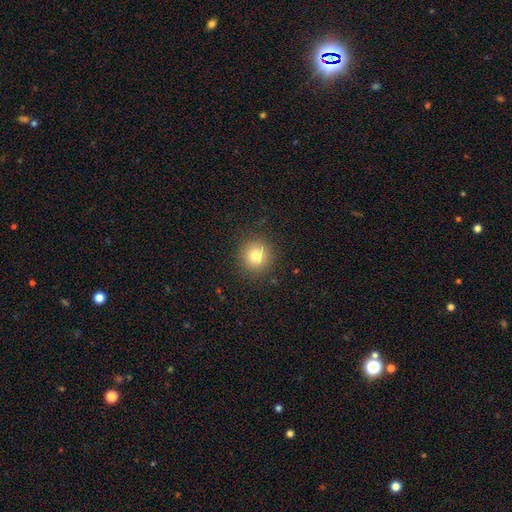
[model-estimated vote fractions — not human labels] Smooth or featured? Predicted: smooth (p=0.80). How rounded? Predicted: round (p=0.93). Merging? Predicted: none (p=0.90).